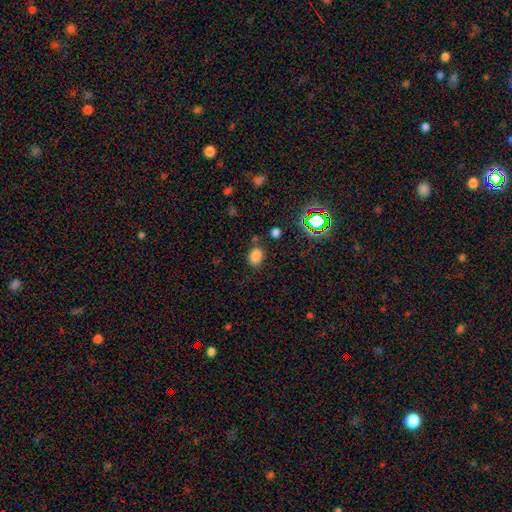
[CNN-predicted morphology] smooth-or-featured: smooth: 79% | star or artifact: 15% | featured or disk: 6%
  how-rounded: in between: 56% | round: 43% | cigar-shaped: 1%
  merging: none: 75% | minor disturbance: 14% | merger: 7% | major disturbance: 4%